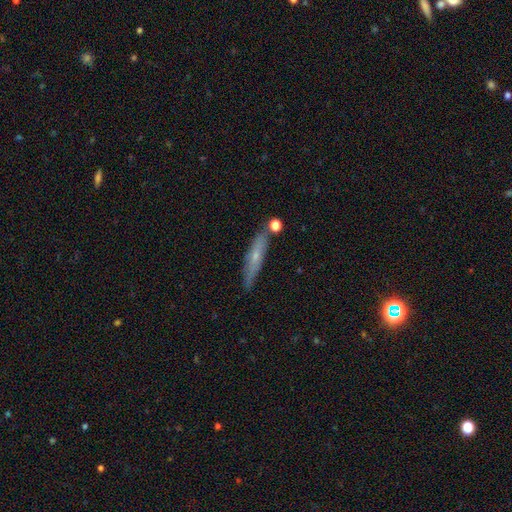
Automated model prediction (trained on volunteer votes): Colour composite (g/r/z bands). It shows a smooth galaxy with no disk features (47%). Merging: none (76%).